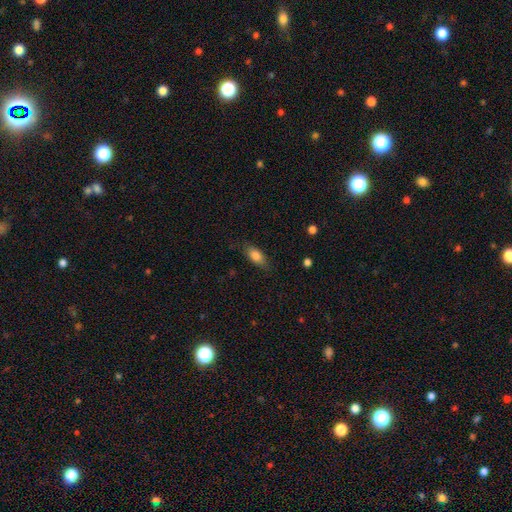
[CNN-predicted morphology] The model was most divided on "merging": none: 79%, minor disturbance: 16%, major disturbance: 4%, merger: 1%. More confident: how rounded — in between (82%); smooth or featured — smooth (81%).